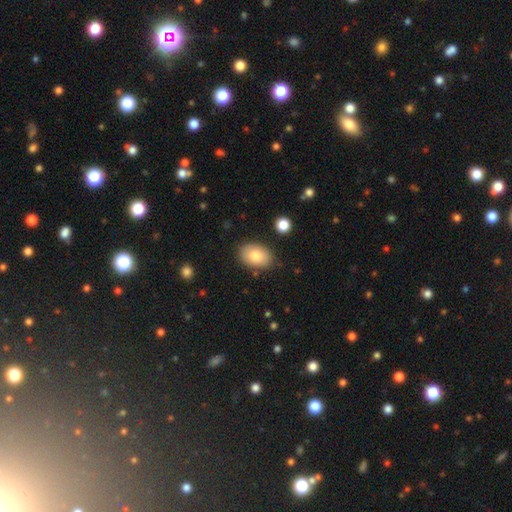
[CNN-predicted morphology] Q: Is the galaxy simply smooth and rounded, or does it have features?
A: smooth — 81%.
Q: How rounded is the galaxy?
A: in between — 88%.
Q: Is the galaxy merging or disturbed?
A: none — 83%.